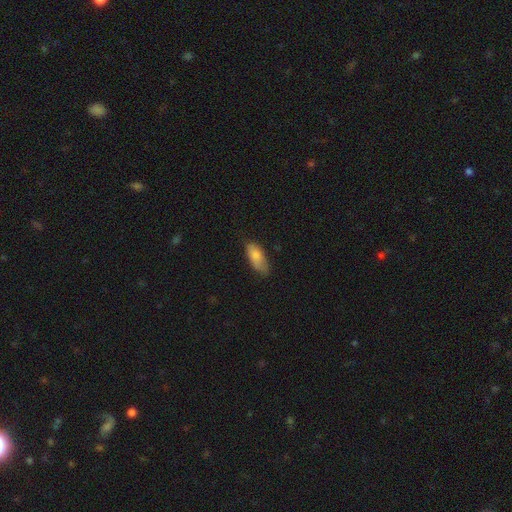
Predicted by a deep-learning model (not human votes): The model was most divided on "merging": none: 60%, minor disturbance: 31%, major disturbance: 7%, merger: 2%. More confident: smooth or featured — smooth (82%); how rounded — in between (82%).